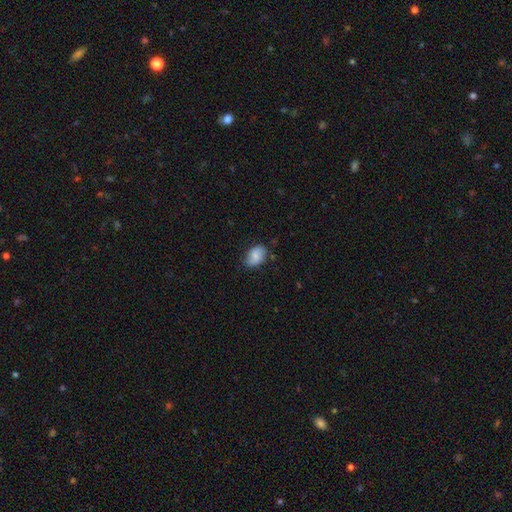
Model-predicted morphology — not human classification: Q: Smooth or featured?
A: smooth (78%); runner-up: featured or disk (15%)
Q: How rounded?
A: in between (85%); runner-up: round (14%)
Q: Merging?
A: none (68%); runner-up: minor disturbance (26%)